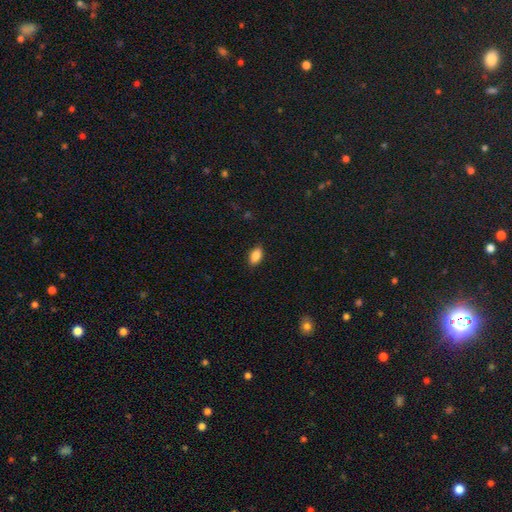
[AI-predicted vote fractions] Smooth or featured? Predicted: smooth (p=0.87). How rounded? Predicted: in between (p=0.90). Merging? Predicted: none (p=0.87).